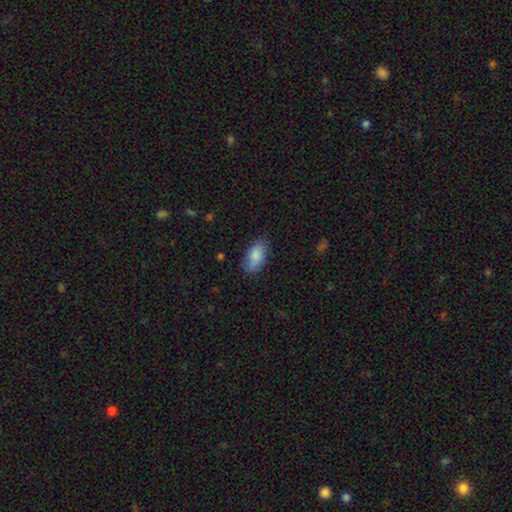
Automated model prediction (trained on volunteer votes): This appears to be a smooth galaxy with no disk features (86%) that is in between round and cigar-shaped (93%). Merging: none (77%).